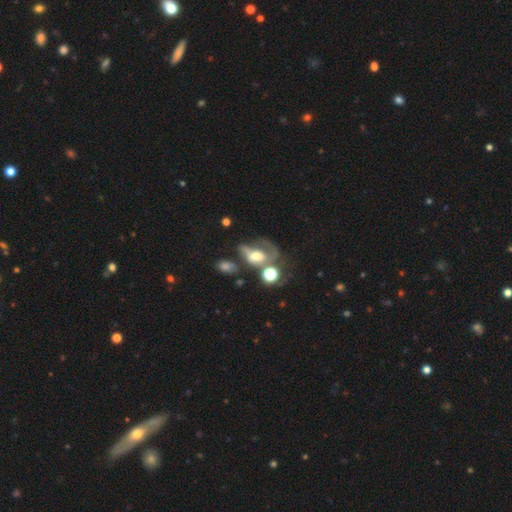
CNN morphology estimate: Smooth or featured? featured or disk (45%)
Merging? major disturbance (42%)